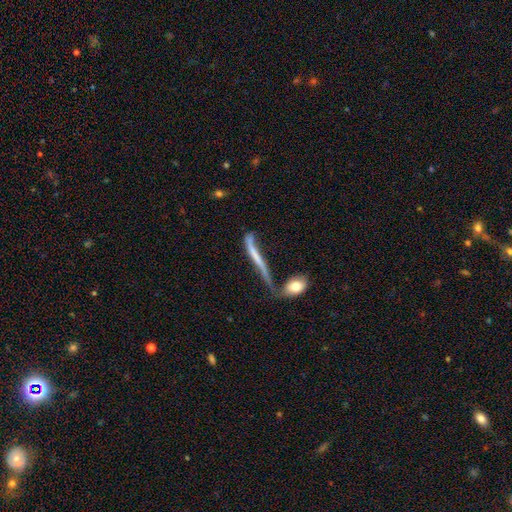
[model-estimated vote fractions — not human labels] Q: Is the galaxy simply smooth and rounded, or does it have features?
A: featured or disk — 50%.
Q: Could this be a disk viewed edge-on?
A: yes — 65%.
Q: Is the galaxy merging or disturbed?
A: none — 34%.